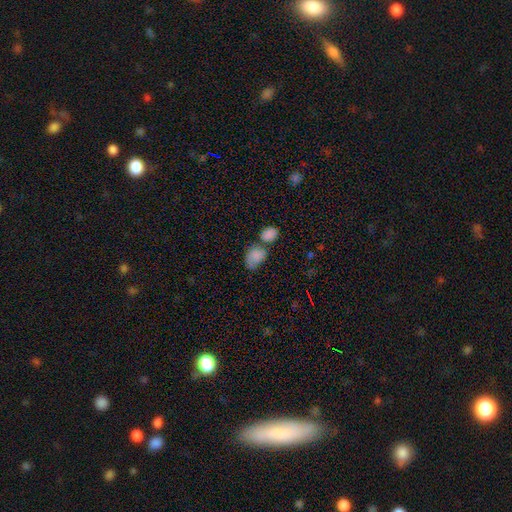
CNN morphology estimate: Smooth or featured: smooth — 83% (star or artifact — 9%)
How rounded: in between — 77% (round — 21%)
Merging: merger — 39% (none — 33%)